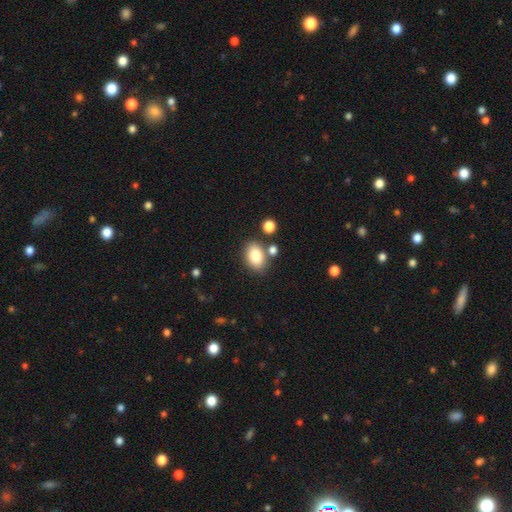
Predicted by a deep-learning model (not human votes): The model was most divided on "merging": none: 73%, minor disturbance: 12%, merger: 11%, major disturbance: 4%. More confident: how rounded — in between (83%); smooth or featured — smooth (83%).